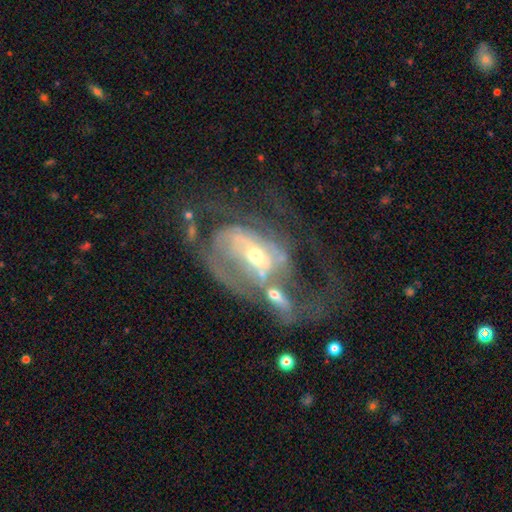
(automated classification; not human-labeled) Smooth or featured? featured or disk (80%)
Edge-on disk? no (96%)
Bar? no (49%)
Spiral arms? yes (72%)
Spiral winding? medium (39%)
Spiral arm count? can't tell (39%)
Bulge size? small (52%)
Merging? major disturbance (38%)